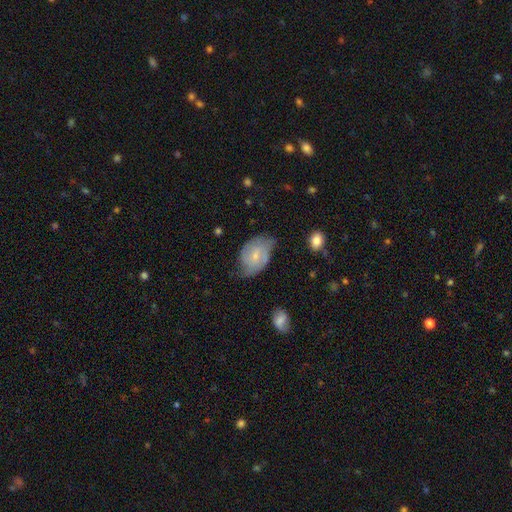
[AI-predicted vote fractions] A featured or disk galaxy (58%) with no bar (52%), spiral arms (85%) and a small central bulge (66%).

Vote fractions:
- Smooth or featured? featured or disk: 58% / smooth: 35% / star or artifact: 7%
- Edge-on disk? no: 96% / yes: 4%
- Bar? no: 52% / weak: 41% / strong: 7%
- Spiral arms? yes: 85% / no: 15%
- Bulge size? small: 66% / moderate: 28% / none: 4% / large: 1% / dominant: 1%
- Merging? none: 56% / minor disturbance: 32% / major disturbance: 10% / merger: 2%